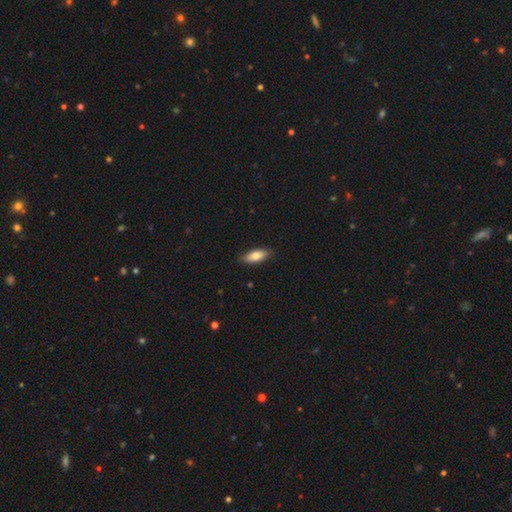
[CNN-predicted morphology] Smooth or featured: smooth — 78% (featured or disk — 16%)
How rounded: in between — 73% (cigar-shaped — 25%)
Merging: none — 86% (minor disturbance — 11%)